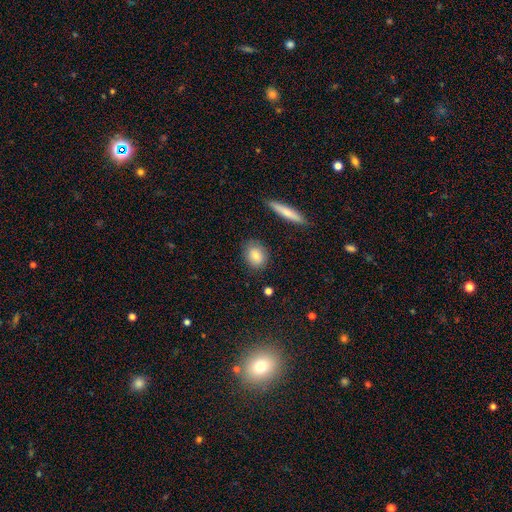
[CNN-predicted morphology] Q: Smooth or featured?
A: smooth (82%); runner-up: featured or disk (10%)
Q: How rounded?
A: round (53%); runner-up: in between (43%)
Q: Merging?
A: none (83%); runner-up: minor disturbance (12%)